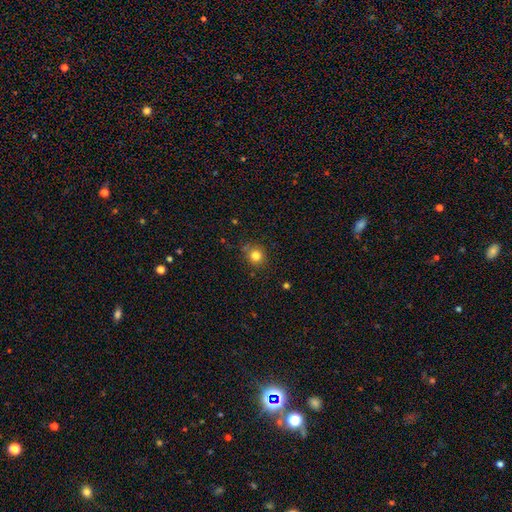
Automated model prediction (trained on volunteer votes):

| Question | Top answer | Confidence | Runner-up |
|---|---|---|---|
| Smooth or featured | smooth | 81% | star or artifact (13%) |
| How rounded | round | 87% | in between (12%) |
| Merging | none | 80% | minor disturbance (14%) |